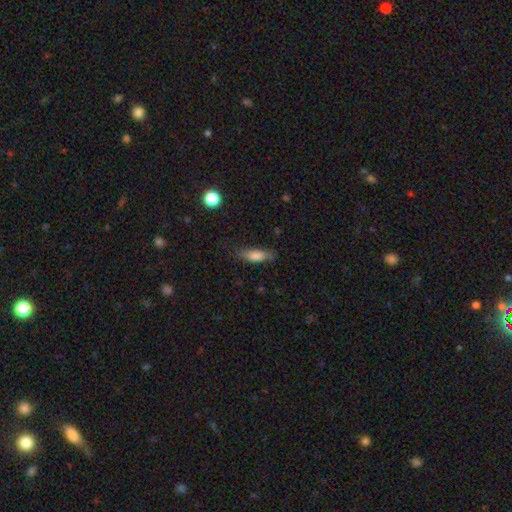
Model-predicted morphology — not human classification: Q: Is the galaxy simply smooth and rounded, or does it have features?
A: smooth — 78%.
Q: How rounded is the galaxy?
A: in between — 52%.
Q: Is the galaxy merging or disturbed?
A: none — 74%.